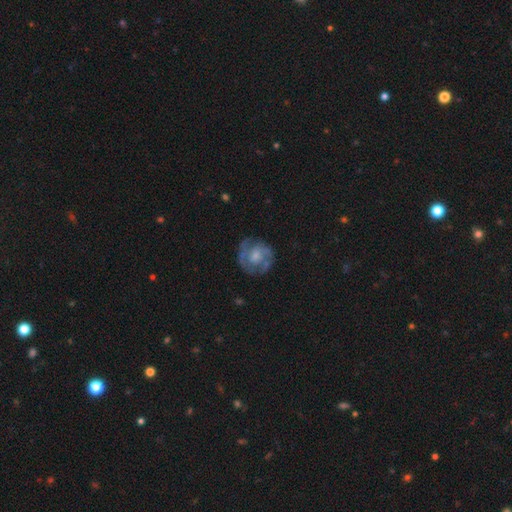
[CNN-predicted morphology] Smooth or featured? featured or disk (65%)
Edge-on disk? no (97%)
Bar? no (72%)
Spiral arms? yes (70%)
Bulge size? moderate (44%)
Merging? none (69%)